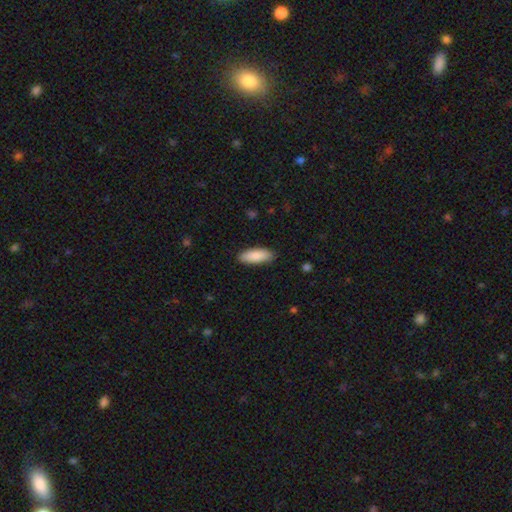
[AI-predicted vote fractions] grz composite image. It shows a smooth galaxy with no disk features (89%) that is in between round and cigar-shaped (70%). Merging: none (89%).